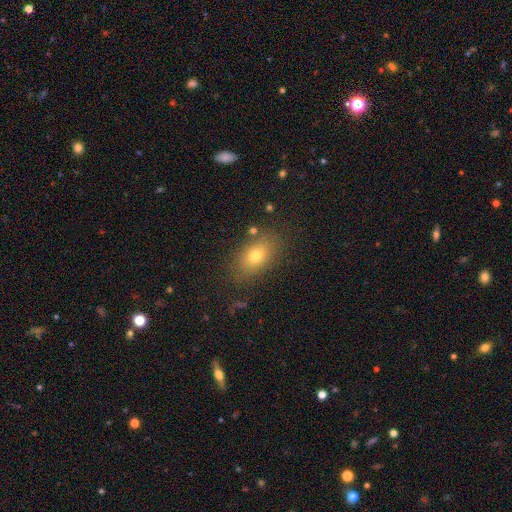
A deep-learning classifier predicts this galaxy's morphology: Q: Smooth or featured?
A: smooth (73%); runner-up: featured or disk (15%)
Q: How rounded?
A: in between (82%); runner-up: round (16%)
Q: Merging?
A: none (81%); runner-up: minor disturbance (12%)